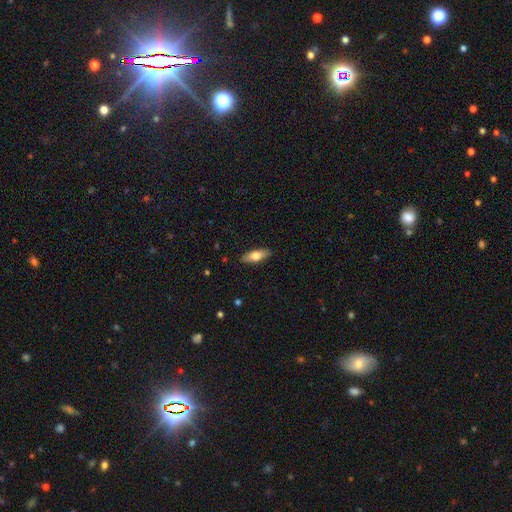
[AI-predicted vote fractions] Overall: smooth (65%; featured or disk 29%). How rounded: in between (66%; cigar-shaped 31%). Merging: none (89%).